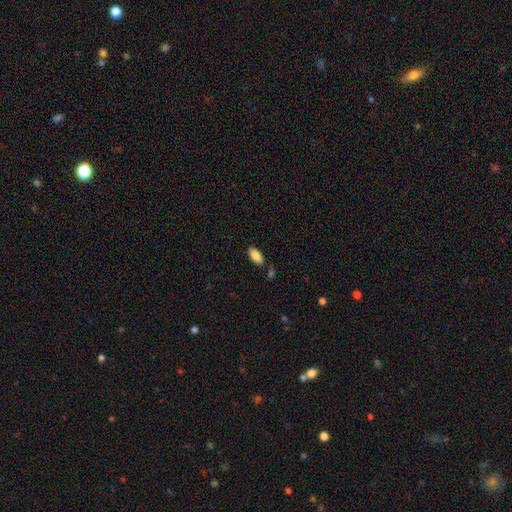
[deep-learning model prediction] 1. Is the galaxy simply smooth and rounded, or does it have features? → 86% smooth, 7% featured or disk, 7% star or artifact.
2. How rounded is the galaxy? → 88% in between, 10% cigar-shaped, 2% round.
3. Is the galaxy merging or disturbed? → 79% none, 12% minor disturbance, 6% merger, 3% major disturbance.